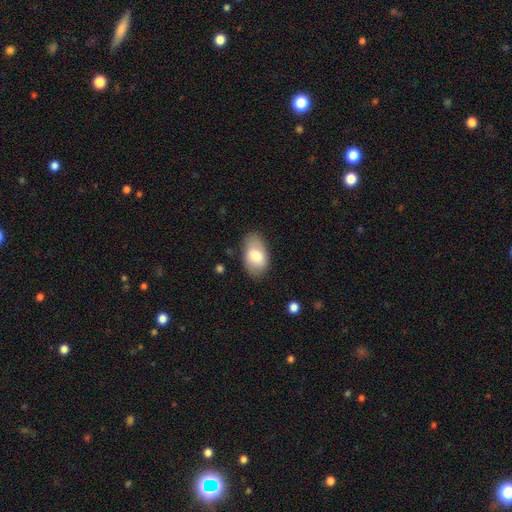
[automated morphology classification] This appears to be a smooth galaxy with no disk features (76%) that is in between round and cigar-shaped (93%). Merging: none (77%).